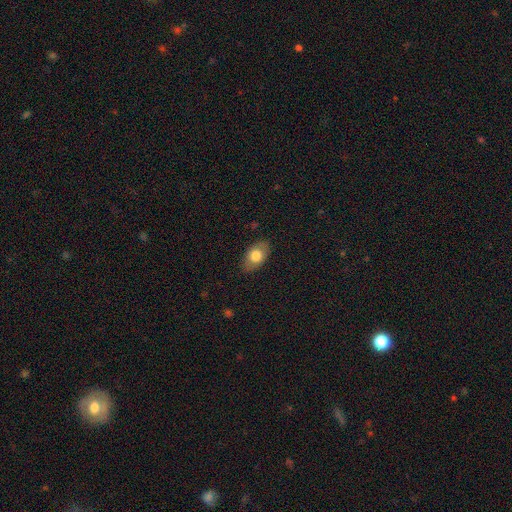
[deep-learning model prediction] Smooth or featured?
  - smooth: 76% *
  - featured or disk: 17%
  - star or artifact: 7%
How rounded?
  - in between: 89% *
  - round: 9%
  - cigar-shaped: 2%
Merging?
  - none: 84% *
  - minor disturbance: 12%
  - major disturbance: 3%
  - merger: 1%